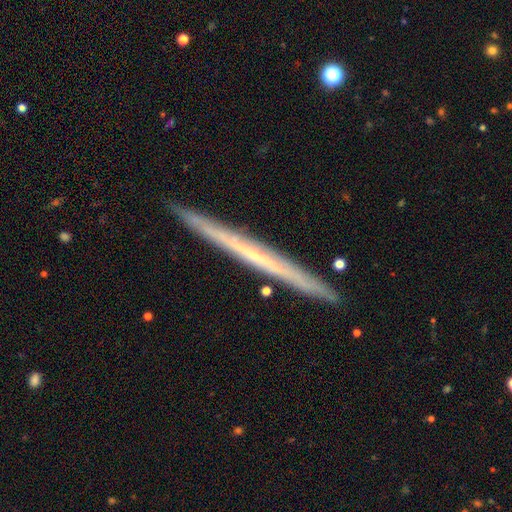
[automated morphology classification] This is likely a featured or disk galaxy (66%). It is clearly viewed edge-on (97%). Edge-on bulge: clearly none (82%). Merging: clearly none (91%).